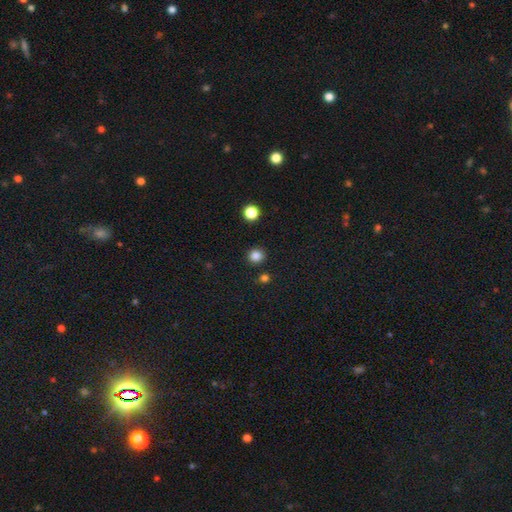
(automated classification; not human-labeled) smooth_or_featured: smooth (p=0.84) [alt: star or artifact p=0.13]
how_rounded: round (p=0.91) [alt: in between p=0.08]
merging: none (p=0.89) [alt: minor disturbance p=0.06]